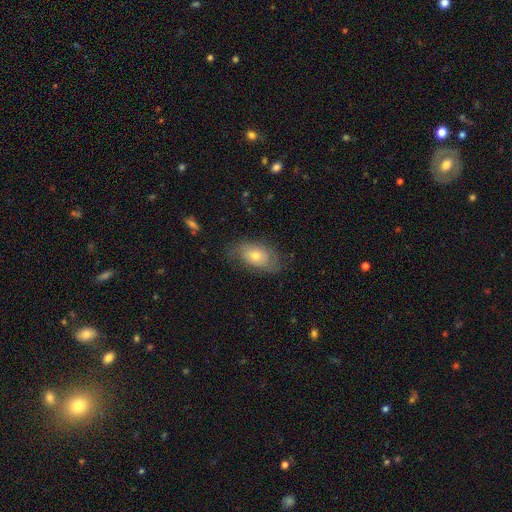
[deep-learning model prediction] This is possibly a smooth galaxy (49%). Merging: likely none (67%).